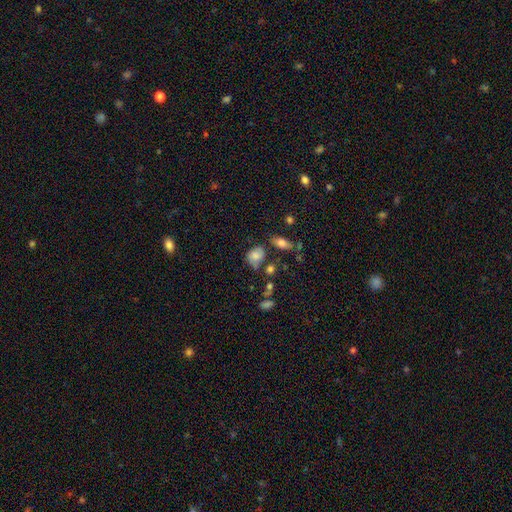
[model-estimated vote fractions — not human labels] This appears to be a smooth galaxy with no disk features (72%) that is in between round and cigar-shaped (58%). Merging: none (47%).